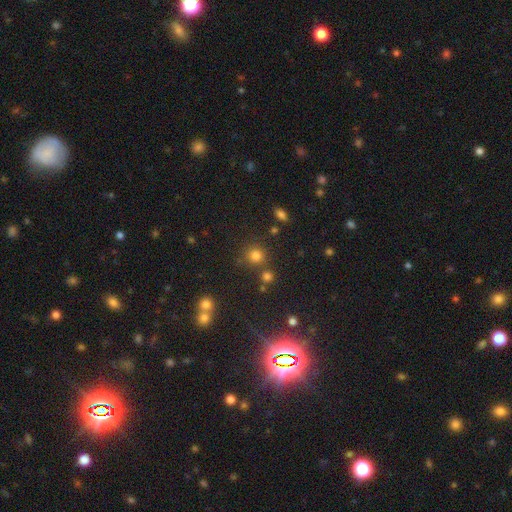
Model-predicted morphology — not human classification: Overall: smooth (77%). How rounded: round (89%). Merging: none (74%).